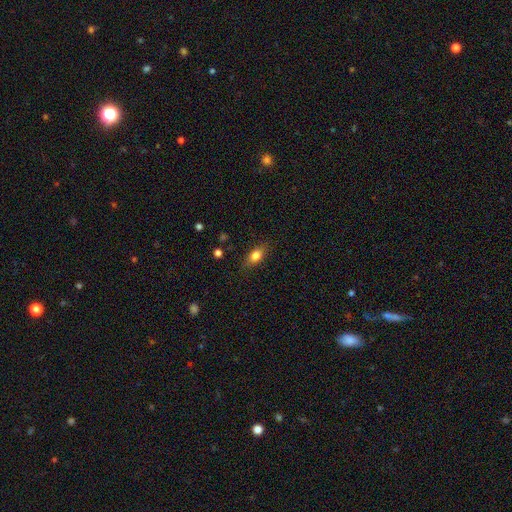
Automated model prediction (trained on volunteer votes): smooth_or_featured: smooth (p=0.76) [alt: featured or disk p=0.15]
how_rounded: in between (p=0.76) [alt: cigar-shaped p=0.12]
merging: none (p=0.81) [alt: minor disturbance p=0.14]